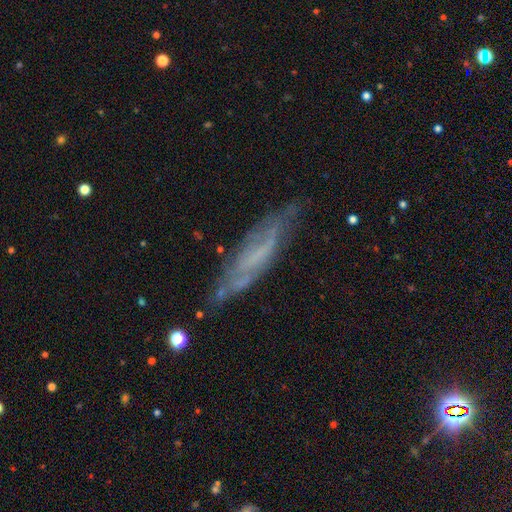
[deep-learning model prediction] A featured or disk galaxy (62%).

Vote fractions:
- Smooth or featured? featured or disk: 62% / smooth: 28% / star or artifact: 10%
- Edge-on disk? no: 53% / yes: 47%
- Merging? none: 64% / minor disturbance: 24% / major disturbance: 9% / merger: 3%